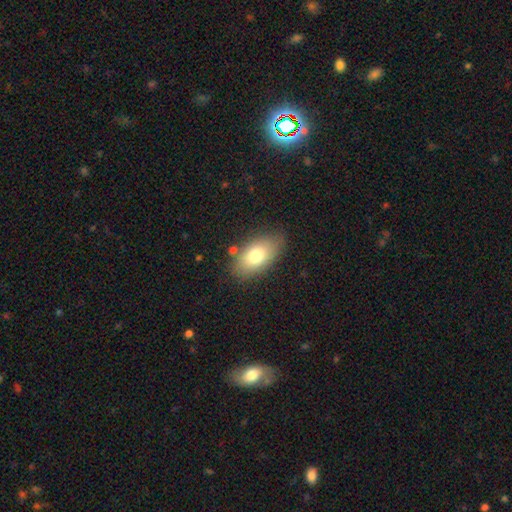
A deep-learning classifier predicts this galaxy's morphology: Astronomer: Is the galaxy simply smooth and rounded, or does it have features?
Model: smooth — 76%.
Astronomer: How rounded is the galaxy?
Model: in between — 91%.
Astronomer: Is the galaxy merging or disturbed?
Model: none — 79%.